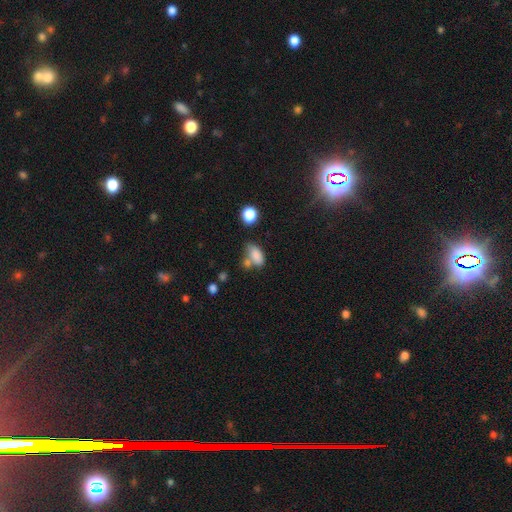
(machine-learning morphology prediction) Smooth or featured? Predicted: smooth (p=0.81). How rounded? Predicted: in between (p=0.88). Merging? Predicted: none (p=0.45).